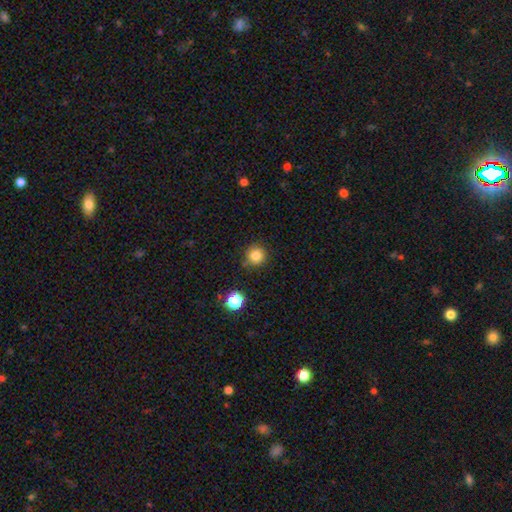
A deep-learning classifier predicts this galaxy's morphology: Smooth or featured: smooth — 82% (star or artifact — 12%)
How rounded: round — 94% (in between — 5%)
Merging: none — 84% (minor disturbance — 10%)